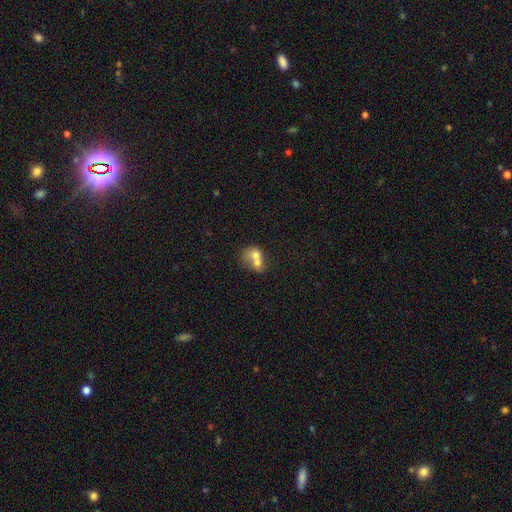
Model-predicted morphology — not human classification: smooth-or-featured: smooth: 63% | featured or disk: 27% | star or artifact: 10%
  how-rounded: round: 55% | in between: 44% | cigar-shaped: 1%
  merging: merger: 74% | none: 16% | minor disturbance: 6% | major disturbance: 4%